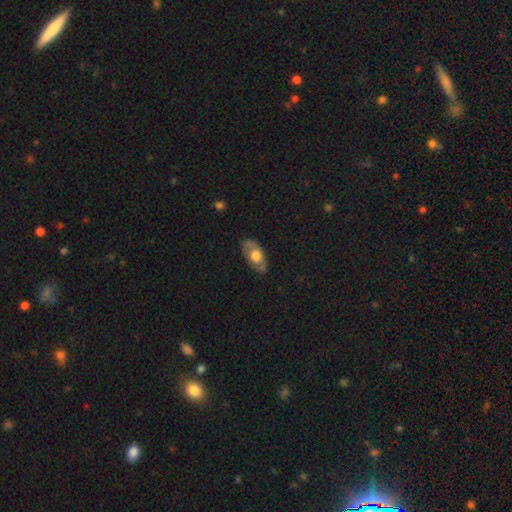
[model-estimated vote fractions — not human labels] Smooth or featured? Predicted: smooth (p=0.49). Merging? Predicted: none (p=0.75).